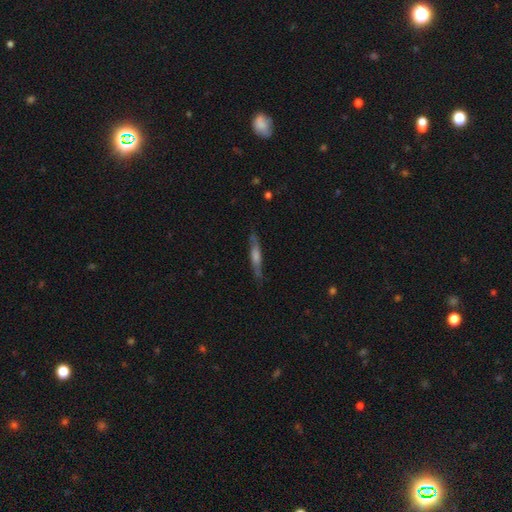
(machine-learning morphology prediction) A featured or disk galaxy (61%) viewed edge-on (88%) with a rounded central bulge (56%). Merging: none (80%).